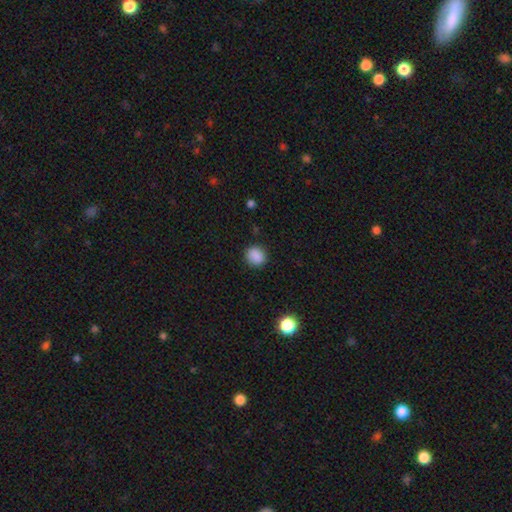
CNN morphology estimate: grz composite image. It shows a smooth galaxy with no disk features (87%) that is round (79%). Merging: none (87%).